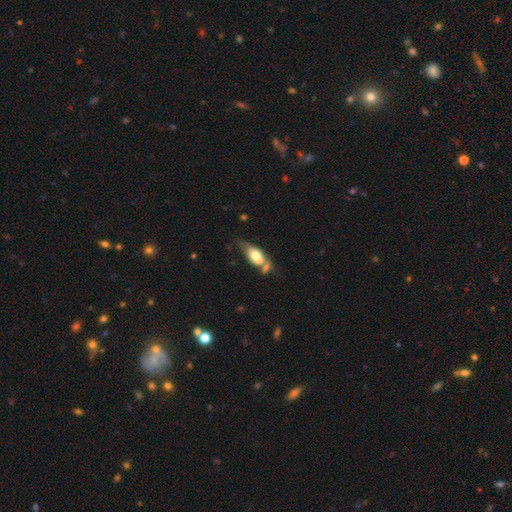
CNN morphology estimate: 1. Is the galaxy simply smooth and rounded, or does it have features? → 58% smooth, 35% featured or disk, 7% star or artifact.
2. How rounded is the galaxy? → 80% in between, 16% cigar-shaped, 4% round.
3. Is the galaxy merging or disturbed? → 37% none, 29% merger, 23% minor disturbance, 11% major disturbance.